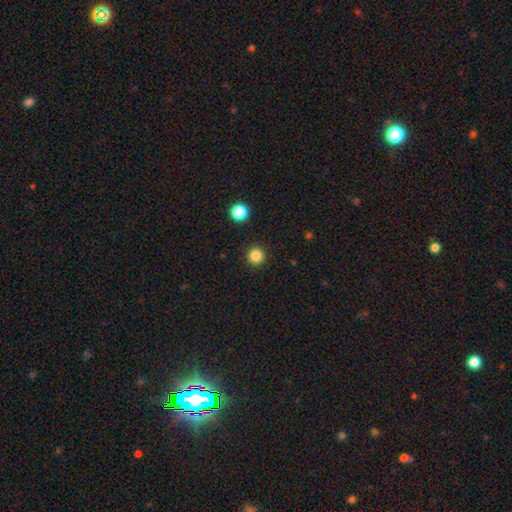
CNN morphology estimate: Smooth or featured? Predicted: smooth (p=0.84). How rounded? Predicted: round (p=0.96). Merging? Predicted: none (p=0.93).